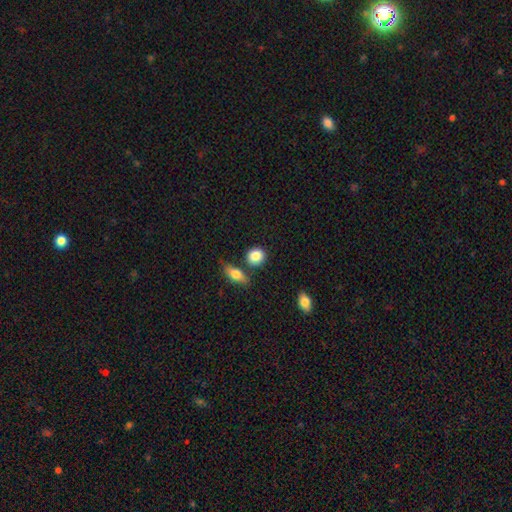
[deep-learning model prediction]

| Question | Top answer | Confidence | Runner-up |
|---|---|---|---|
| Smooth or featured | smooth | 85% | star or artifact (8%) |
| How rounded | round | 74% | in between (25%) |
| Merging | none | 73% | merger (12%) |